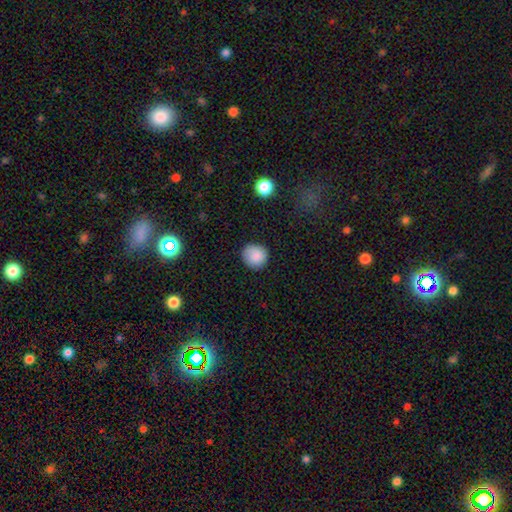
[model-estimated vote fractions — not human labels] This appears to be a smooth galaxy with no disk features (88%) that is round (91%). Merging: none (87%).